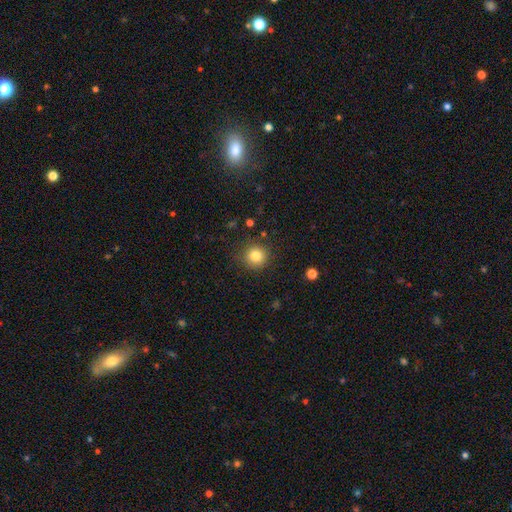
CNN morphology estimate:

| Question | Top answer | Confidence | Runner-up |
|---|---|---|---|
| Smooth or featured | smooth | 82% | star or artifact (12%) |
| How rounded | round | 93% | in between (6%) |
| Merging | none | 87% | minor disturbance (9%) |